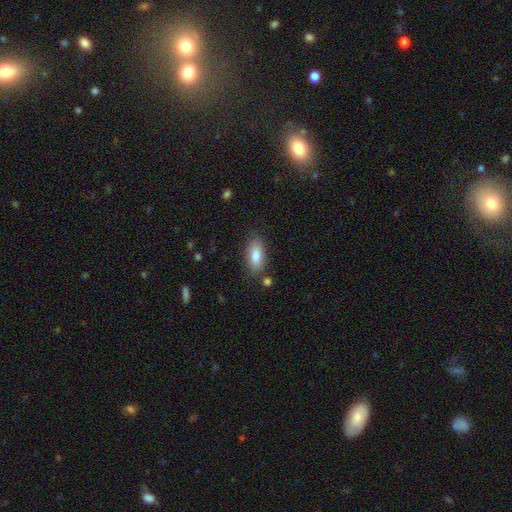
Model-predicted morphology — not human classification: This appears to be a smooth galaxy with no disk features (84%) that is in between round and cigar-shaped (88%). Merging: none (81%).